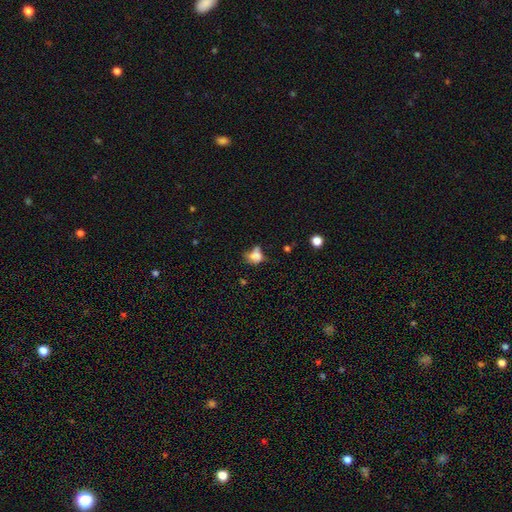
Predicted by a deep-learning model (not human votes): Smooth or featured? Predicted: smooth (p=0.71). How rounded? Predicted: in between (p=0.59). Merging? Predicted: none (p=0.30).